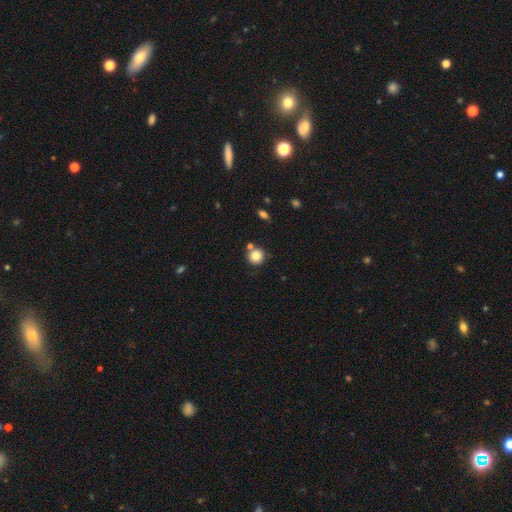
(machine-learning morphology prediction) Overall: smooth (82%). How rounded: round (92%). Merging: none (76%).